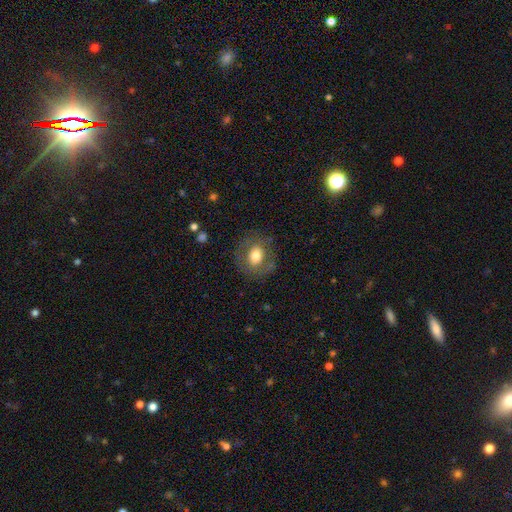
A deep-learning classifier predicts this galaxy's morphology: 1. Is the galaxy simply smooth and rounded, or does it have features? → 67% smooth, 24% featured or disk, 8% star or artifact.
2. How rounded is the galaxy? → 63% round, 36% in between, 1% cigar-shaped.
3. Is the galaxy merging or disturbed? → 78% none, 13% minor disturbance, 7% major disturbance, 2% merger.